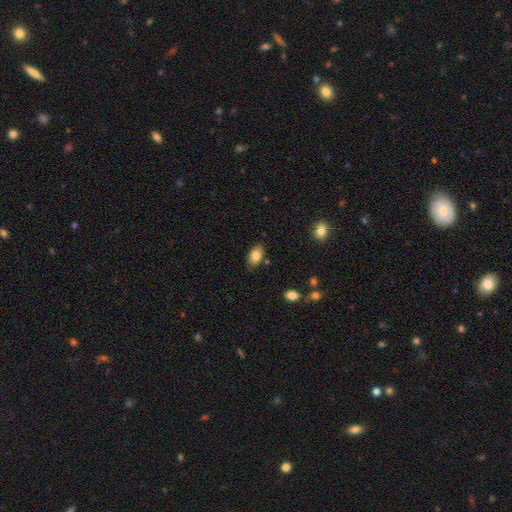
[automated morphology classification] Smooth or featured? smooth (80%)
How rounded? in between (92%)
Merging? none (83%)